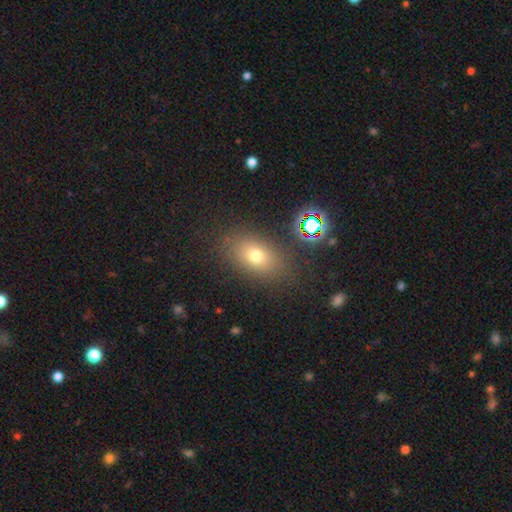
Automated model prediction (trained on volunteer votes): Smooth or featured: smooth — 69% (star or artifact — 17%)
How rounded: in between — 77% (round — 20%)
Merging: none — 83% (minor disturbance — 10%)